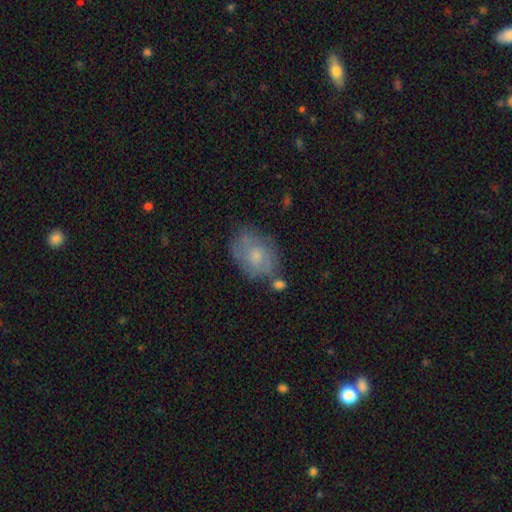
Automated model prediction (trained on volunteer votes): Smooth or featured: smooth — 53% (featured or disk — 38%)
How rounded: in between — 70% (round — 28%)
Merging: none — 59% (minor disturbance — 25%)